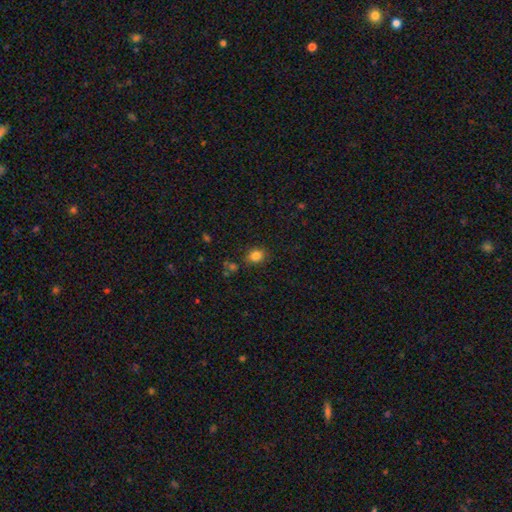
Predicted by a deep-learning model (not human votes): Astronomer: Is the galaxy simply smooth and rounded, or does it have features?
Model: smooth — 82%.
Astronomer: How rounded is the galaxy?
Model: round — 60% (runner-up: in between, 39%).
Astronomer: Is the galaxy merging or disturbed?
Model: none — 79%.